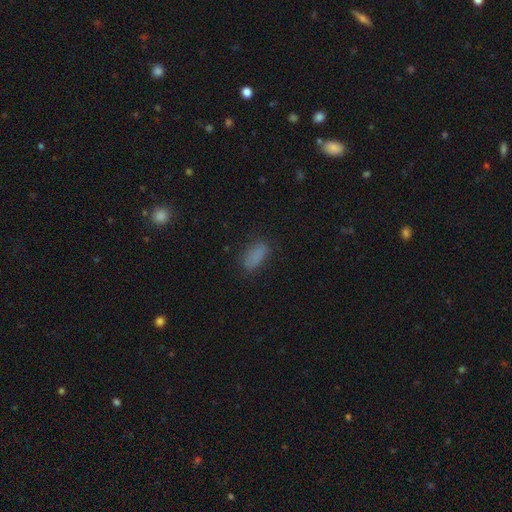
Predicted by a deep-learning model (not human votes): Q: Smooth or featured?
A: smooth (83%); runner-up: star or artifact (11%)
Q: How rounded?
A: in between (84%); runner-up: cigar-shaped (13%)
Q: Merging?
A: none (77%); runner-up: minor disturbance (16%)